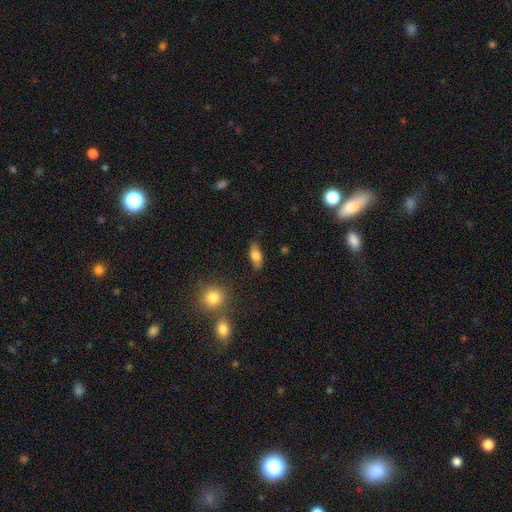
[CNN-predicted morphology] smooth 70%, featured or disk 22%, star or artifact 8%. Down the decision tree: how rounded — in between (77%); merging — none (80%).